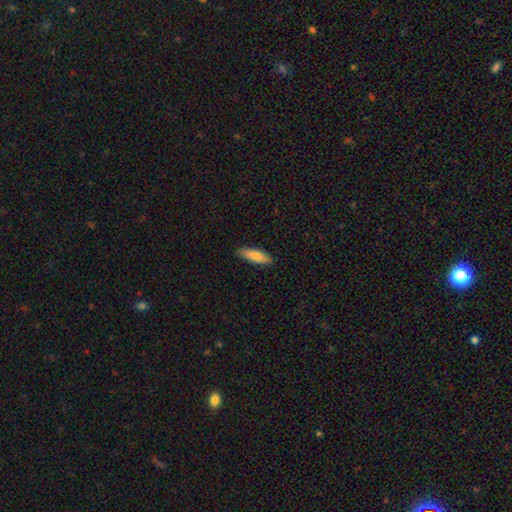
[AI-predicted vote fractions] smooth_or_featured: smooth (p=0.76) [alt: featured or disk p=0.18]
how_rounded: cigar-shaped (p=0.59) [alt: in between p=0.39]
merging: none (p=0.89) [alt: minor disturbance p=0.09]